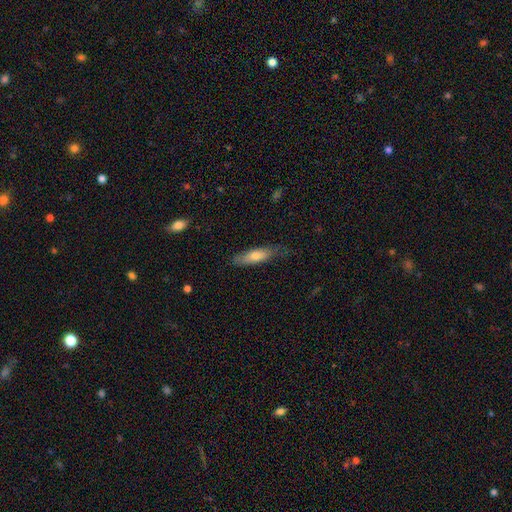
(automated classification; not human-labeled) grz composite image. It shows a smooth galaxy with no disk features (68%) that is cigar-shaped (66%). Merging: none (72%).